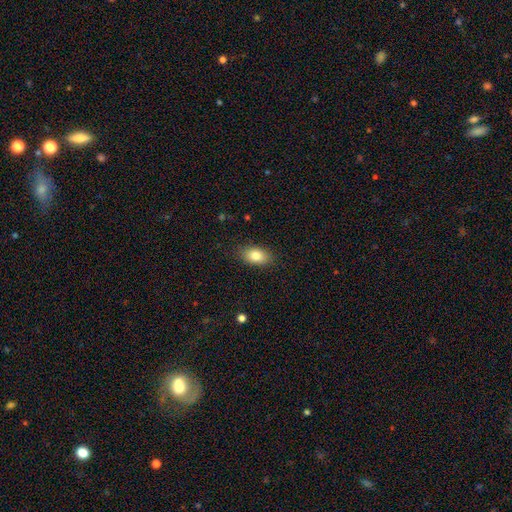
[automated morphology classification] smooth_or_featured: smooth (p=0.83) [alt: featured or disk p=0.09]
how_rounded: in between (p=0.89) [alt: round p=0.08]
merging: none (p=0.86) [alt: minor disturbance p=0.10]